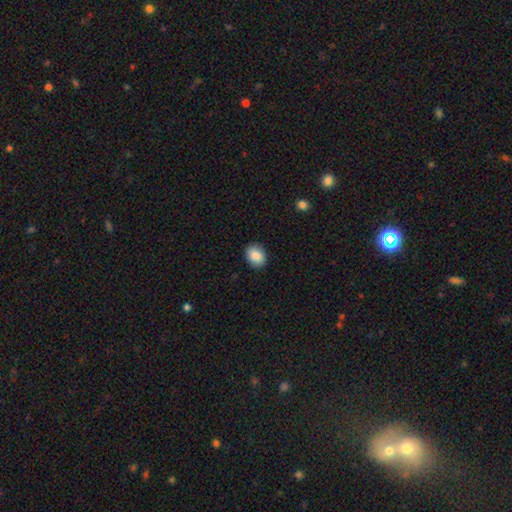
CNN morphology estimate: Overall: smooth (88%). How rounded: in between (57%; round 42%). Merging: none (89%).